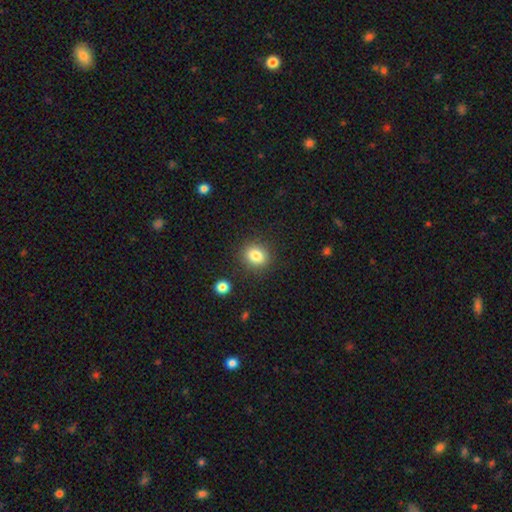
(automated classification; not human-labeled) Smooth or featured? smooth (82%)
How rounded? round (62%)
Merging? none (86%)